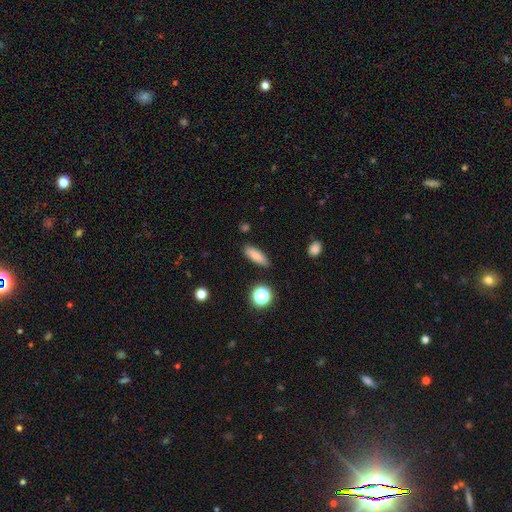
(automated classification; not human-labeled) Q: Smooth or featured?
A: smooth (82%); runner-up: star or artifact (9%)
Q: How rounded?
A: in between (53%); runner-up: cigar-shaped (43%)
Q: Merging?
A: none (87%); runner-up: minor disturbance (9%)